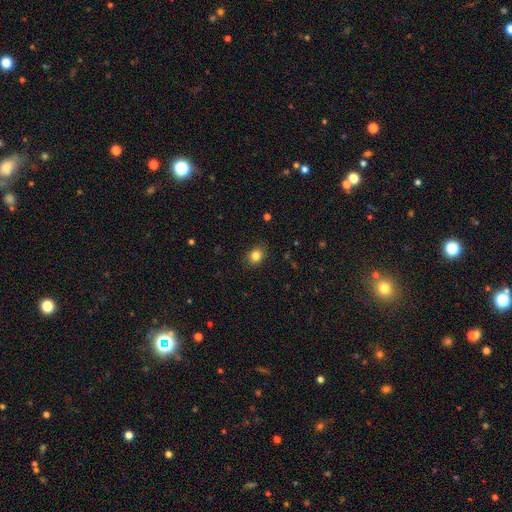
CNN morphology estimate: smooth-or-featured: smooth: 83% | star or artifact: 11% | featured or disk: 6%
  how-rounded: round: 56% | in between: 43% | cigar-shaped: 1%
  merging: none: 85% | minor disturbance: 11% | major disturbance: 3% | merger: 1%